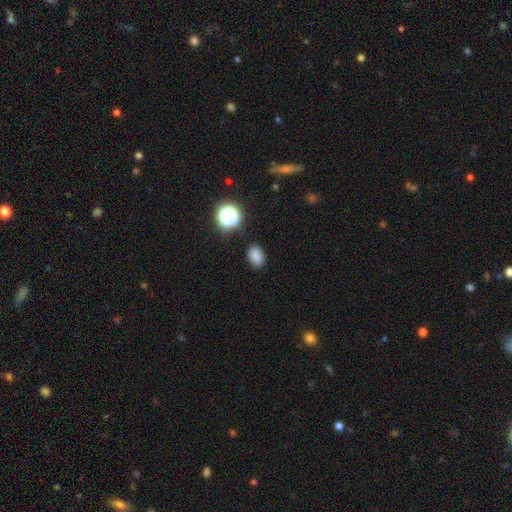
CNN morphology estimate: A smooth galaxy with no disk features (82%) that is in between round and cigar-shaped (70%).

Vote fractions:
- Smooth or featured? smooth: 82% / star or artifact: 14% / featured or disk: 4%
- How rounded? in between: 70% / round: 29% / cigar-shaped: 1%
- Merging? none: 85% / minor disturbance: 10% / major disturbance: 3% / merger: 2%